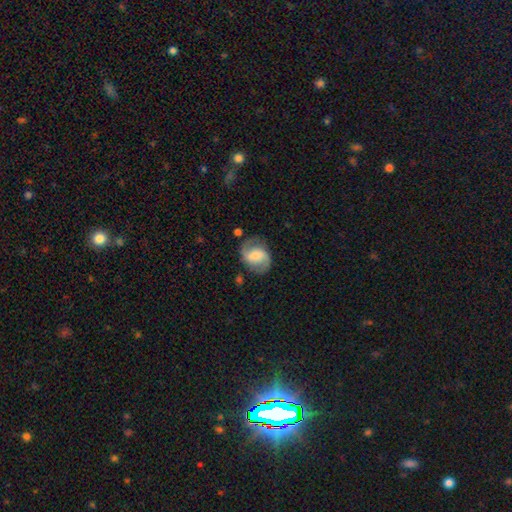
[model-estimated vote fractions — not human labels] A featured or disk galaxy (74%) with a weak bar (46%), 2 (90%) medium (48%) spiral arms (93%) and no central bulge (29%).

Vote fractions:
- Smooth or featured? featured or disk: 74% / smooth: 19% / star or artifact: 7%
- Edge-on disk? no: 98% / yes: 2%
- Bar? weak: 46% / strong: 33% / no: 21%
- Spiral arms? yes: 93% / no: 7%
- Spiral winding? medium: 48% / loose: 34% / tight: 18%
- Spiral arm count? 2: 90% / can't tell: 4% / 1: 3% / 3: 1% / 4: 1% / more than 4: 1%
- Bulge size? none: 29% / moderate: 26% / small: 25% / large: 16% / dominant: 3%
- Merging? none: 73% / minor disturbance: 17% / major disturbance: 7% / merger: 3%